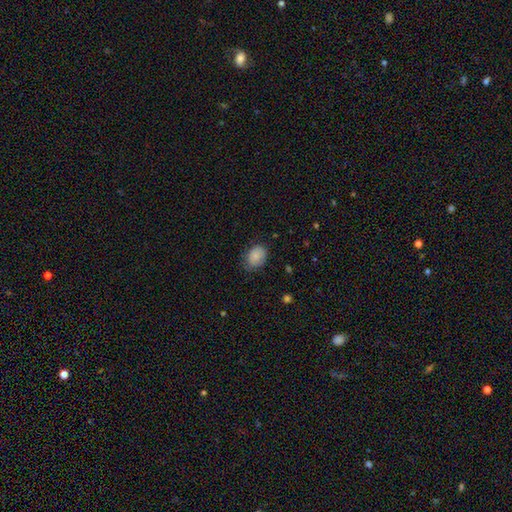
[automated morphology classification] smooth_or_featured: smooth (p=0.85) [alt: star or artifact p=0.08]
how_rounded: in between (p=0.68) [alt: round p=0.31]
merging: none (p=0.69) [alt: minor disturbance p=0.24]